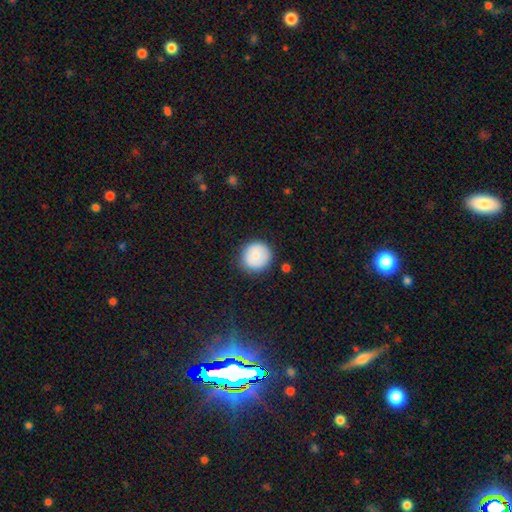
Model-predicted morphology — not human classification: A smooth galaxy with no disk features (82%) that is round (93%). Merging: none (84%).